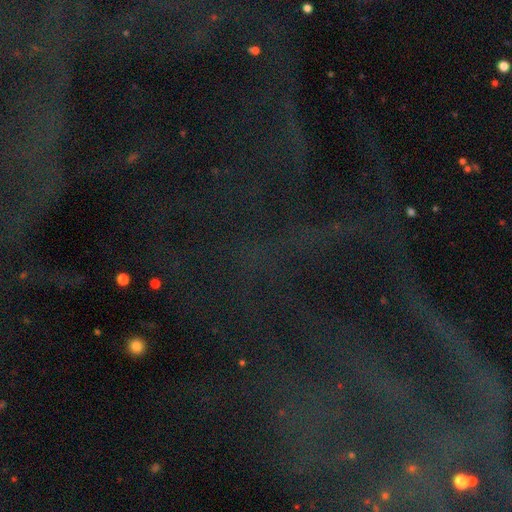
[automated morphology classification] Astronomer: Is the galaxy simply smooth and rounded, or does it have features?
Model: star or artifact — 77%.